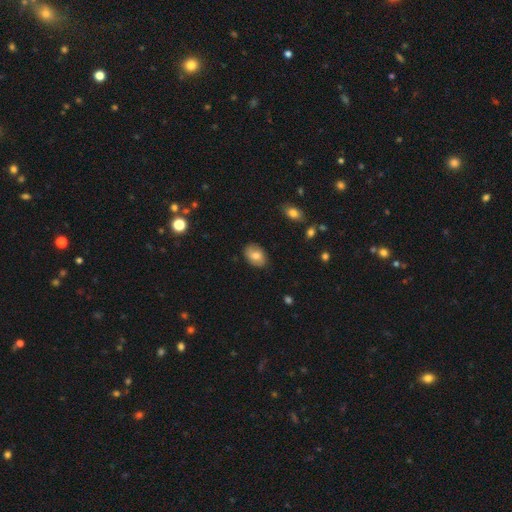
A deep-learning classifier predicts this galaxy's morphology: This appears to be a smooth galaxy with no disk features (74%) that is in between round and cigar-shaped (82%). Merging: none (84%).